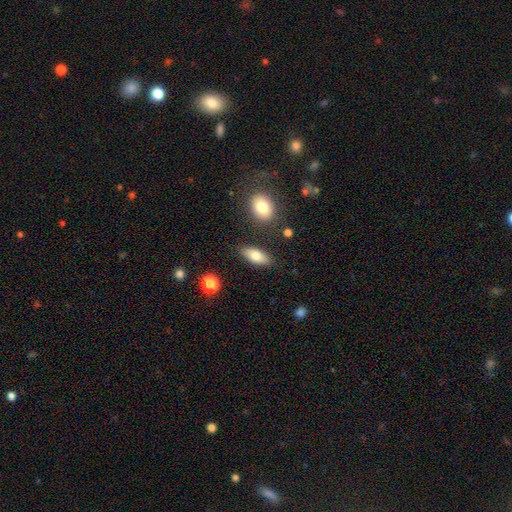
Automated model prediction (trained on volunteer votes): A smooth galaxy with no disk features (77%) that is in between round and cigar-shaped (83%). Merging: none (83%).